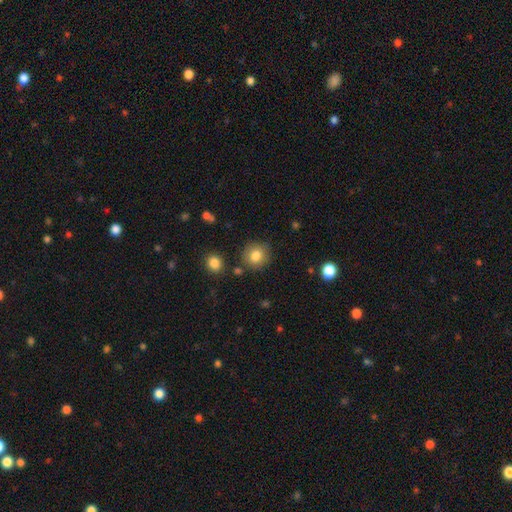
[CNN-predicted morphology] smooth 81%, star or artifact 10%, featured or disk 8%. Down the decision tree: how rounded — round (88%); merging — none (83%).